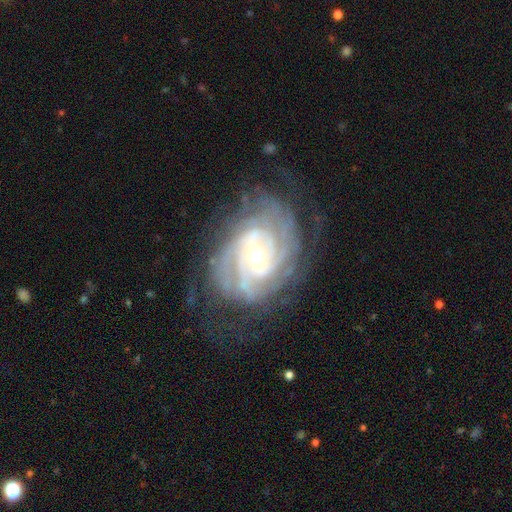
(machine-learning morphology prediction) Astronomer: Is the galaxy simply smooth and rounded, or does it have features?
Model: featured or disk — 90%.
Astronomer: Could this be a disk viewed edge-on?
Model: no — 97%.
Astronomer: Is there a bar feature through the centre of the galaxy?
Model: no — 42% (runner-up: weak, 41%).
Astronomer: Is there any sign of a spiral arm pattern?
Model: yes — 97%.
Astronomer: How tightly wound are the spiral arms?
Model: tight — 74%.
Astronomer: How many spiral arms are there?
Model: can't tell — 30% (runner-up: 4, 20%).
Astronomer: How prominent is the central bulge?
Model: small — 51% (runner-up: moderate, 45%).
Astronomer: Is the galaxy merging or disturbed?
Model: none — 71%.